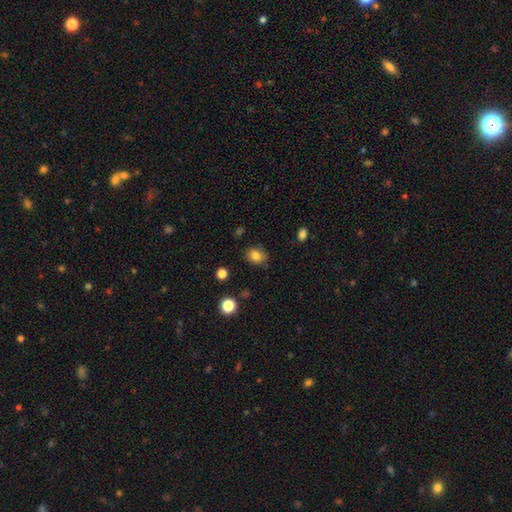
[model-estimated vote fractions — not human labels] Smooth or featured?
  - smooth: 83% *
  - star or artifact: 11%
  - featured or disk: 6%
How rounded?
  - round: 53% *
  - in between: 46%
  - cigar-shaped: 1%
Merging?
  - none: 81% *
  - minor disturbance: 14%
  - major disturbance: 3%
  - merger: 2%